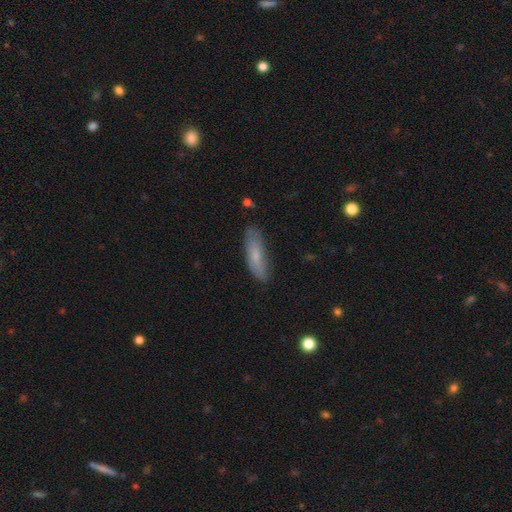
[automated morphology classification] Q: Smooth or featured?
A: smooth (68%); runner-up: featured or disk (26%)
Q: How rounded?
A: cigar-shaped (58%); runner-up: in between (40%)
Q: Merging?
A: none (78%); runner-up: minor disturbance (17%)